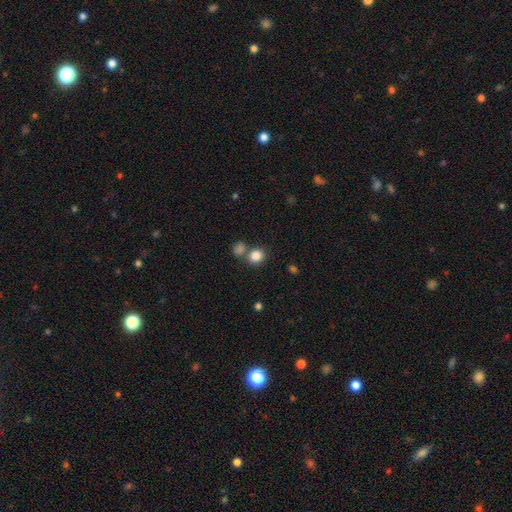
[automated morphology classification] smooth-or-featured: smooth: 84% | star or artifact: 11% | featured or disk: 5%
  how-rounded: round: 78% | in between: 21% | cigar-shaped: 1%
  merging: none: 63% | merger: 24% | minor disturbance: 9% | major disturbance: 4%